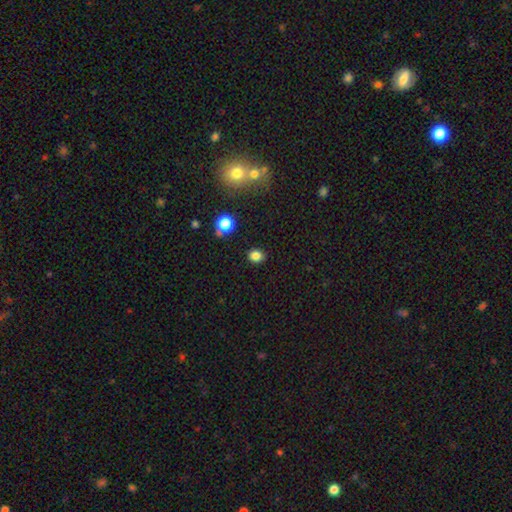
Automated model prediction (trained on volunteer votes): Smooth or featured? smooth (82%)
How rounded? round (63%)
Merging? none (87%)